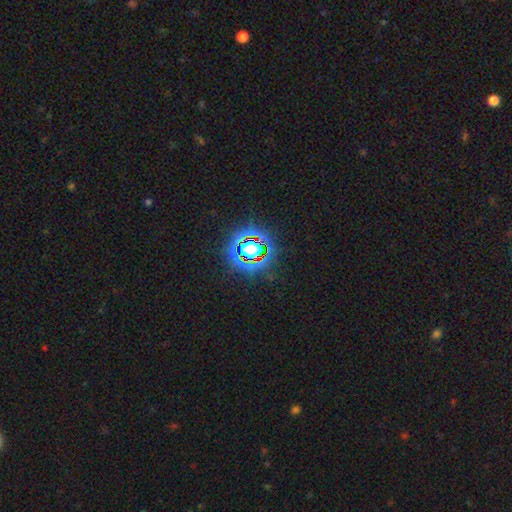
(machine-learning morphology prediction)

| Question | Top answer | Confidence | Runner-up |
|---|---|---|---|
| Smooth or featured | star or artifact | 74% | smooth (16%) |